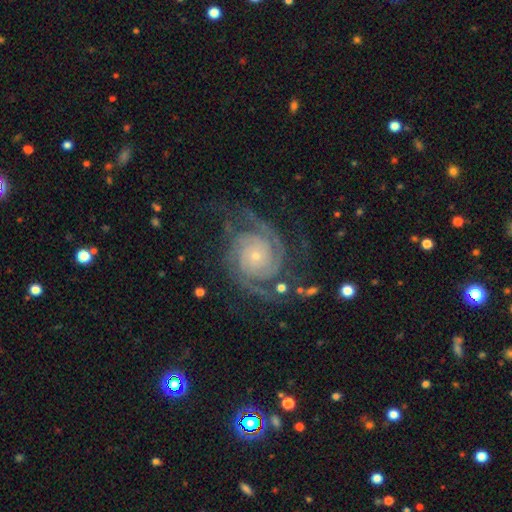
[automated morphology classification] Overall: featured or disk (91%). Edge-on disk: no (98%). Bar: no (78%). Spiral arms: yes (98%). Spiral arm count: 2 (46%; 3 22%). Spiral winding: tight (71%). Bulge size: small (79%). Merging: none (69%).